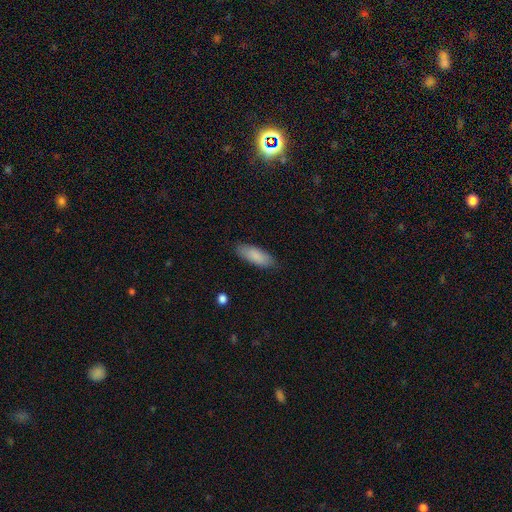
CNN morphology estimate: Q: Smooth or featured?
A: smooth (87%); runner-up: featured or disk (7%)
Q: How rounded?
A: in between (67%); runner-up: cigar-shaped (31%)
Q: Merging?
A: none (85%); runner-up: minor disturbance (11%)